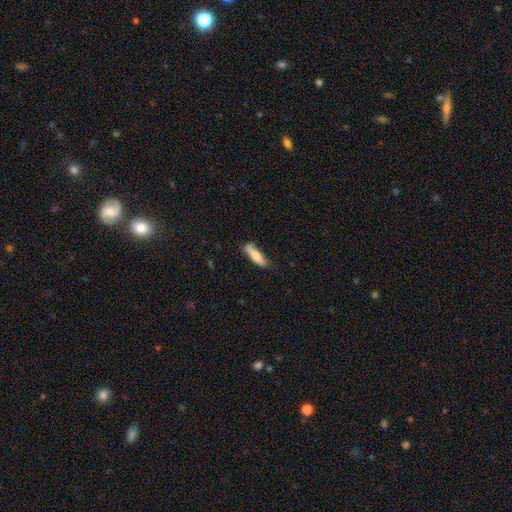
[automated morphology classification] Smooth or featured? smooth (74%)
How rounded? cigar-shaped (64%)
Merging? none (63%)